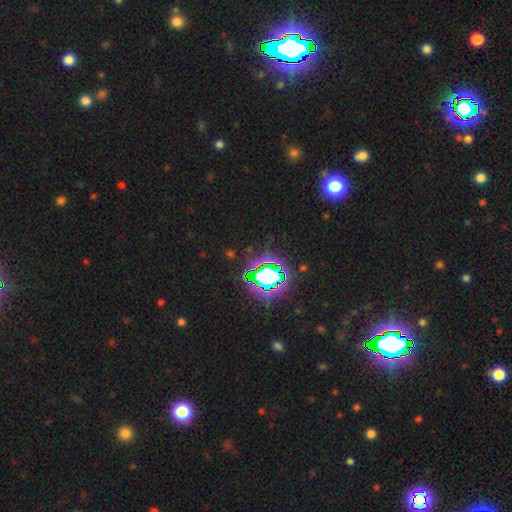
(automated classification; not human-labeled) smooth-or-featured: star or artifact: 83% | smooth: 10% | featured or disk: 7%